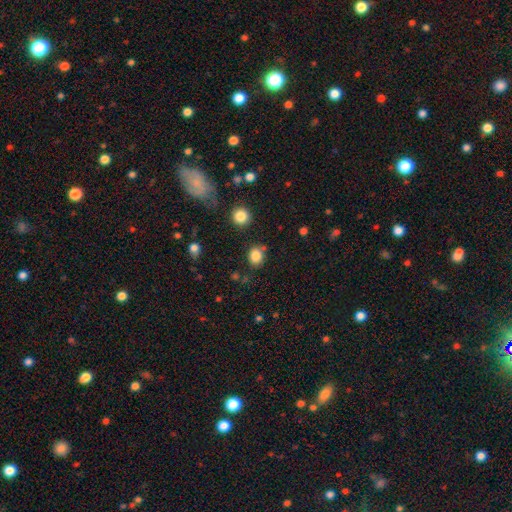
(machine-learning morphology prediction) The model was most divided on "how rounded": round: 61%, in between: 38%, cigar-shaped: 1%. More confident: smooth or featured — smooth (84%); merging — none (77%).